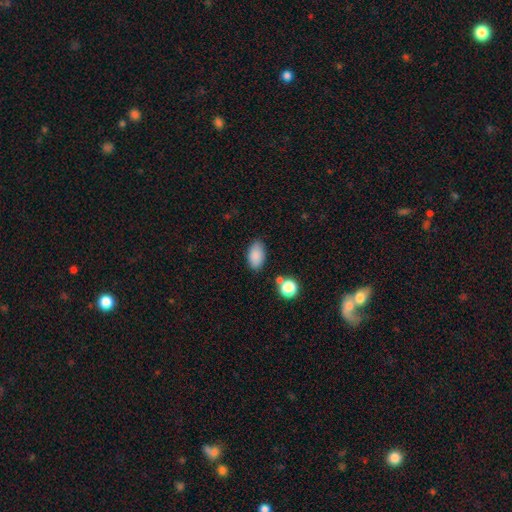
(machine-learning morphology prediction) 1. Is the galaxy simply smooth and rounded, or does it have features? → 86% smooth, 9% star or artifact, 5% featured or disk.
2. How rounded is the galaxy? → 92% in between, 6% round, 2% cigar-shaped.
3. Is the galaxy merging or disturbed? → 81% none, 12% minor disturbance, 4% merger, 3% major disturbance.